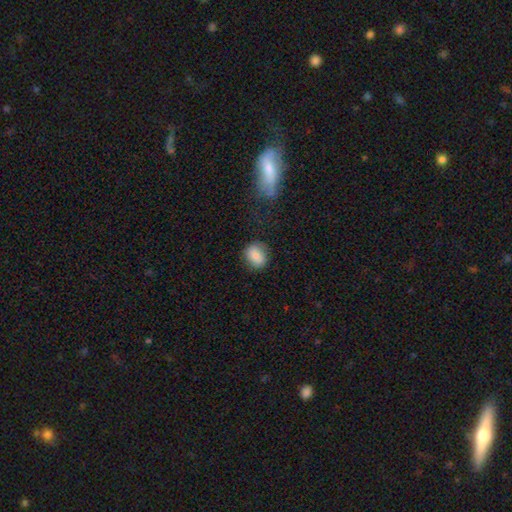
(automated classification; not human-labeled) A smooth galaxy with no disk features (82%) that is round (56%).

Vote fractions:
- Smooth or featured? smooth: 82% / featured or disk: 10% / star or artifact: 8%
- How rounded? round: 56% / in between: 43% / cigar-shaped: 1%
- Merging? none: 78% / minor disturbance: 15% / major disturbance: 4% / merger: 2%